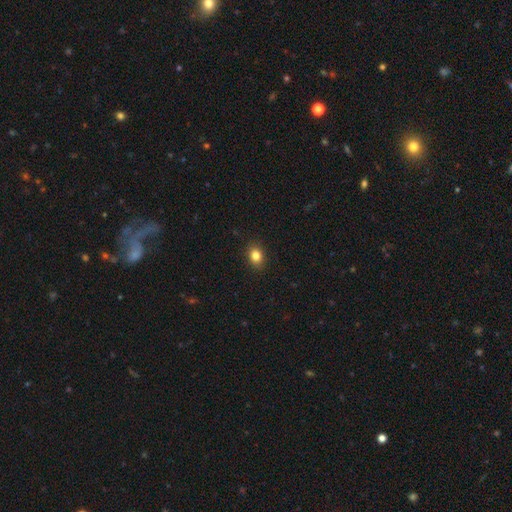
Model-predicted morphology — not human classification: type=smooth (83%); roundness=in between (55%); merging=none (90%).